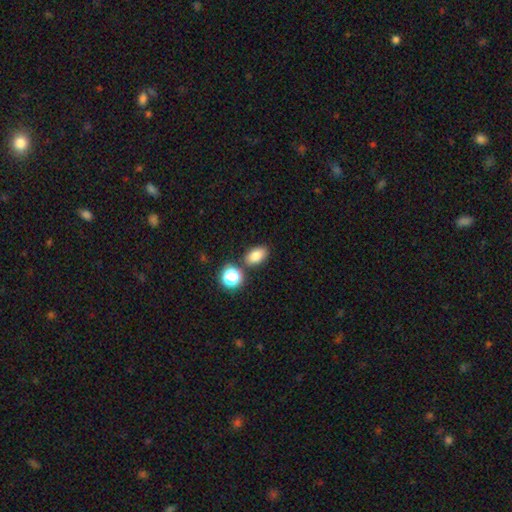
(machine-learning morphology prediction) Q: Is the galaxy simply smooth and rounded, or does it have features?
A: smooth — 81%.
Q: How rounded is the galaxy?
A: in between — 83%.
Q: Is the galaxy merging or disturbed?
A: none — 79%.